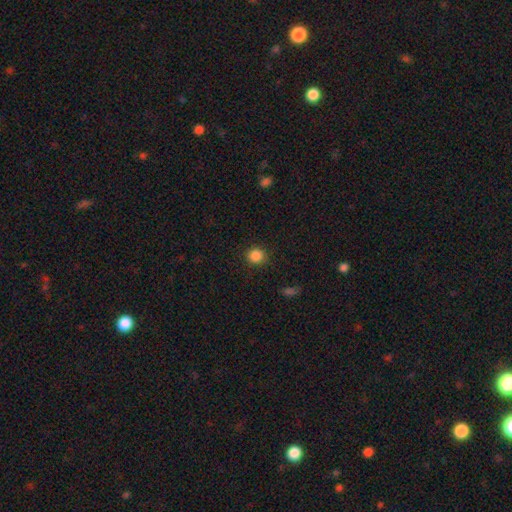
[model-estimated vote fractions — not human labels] A smooth galaxy with no disk features (86%) that is round (90%).

Vote fractions:
- Smooth or featured? smooth: 86% / star or artifact: 11% / featured or disk: 3%
- How rounded? round: 90% / in between: 9% / cigar-shaped: 1%
- Merging? none: 90% / minor disturbance: 7% / major disturbance: 2% / merger: 1%